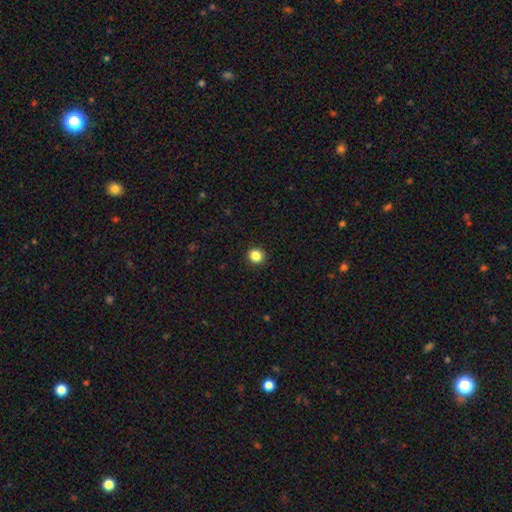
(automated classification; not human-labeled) Smooth or featured? Predicted: smooth (p=0.86). How rounded? Predicted: round (p=0.91). Merging? Predicted: none (p=0.93).